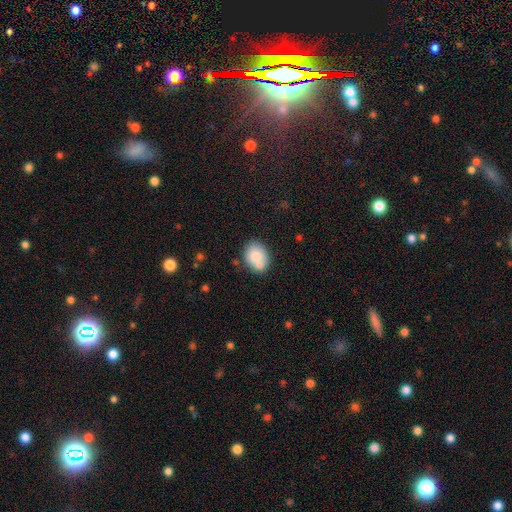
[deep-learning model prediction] A smooth galaxy with no disk features (77%) that is in between round and cigar-shaped (58%). Merging: none (58%).